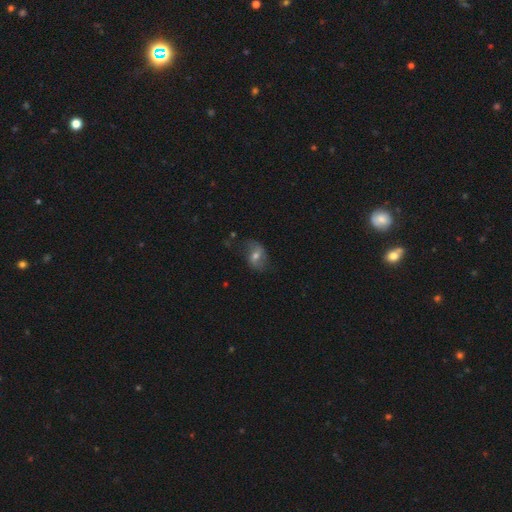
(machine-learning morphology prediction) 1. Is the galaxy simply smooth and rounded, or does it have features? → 53% featured or disk, 35% smooth, 12% star or artifact.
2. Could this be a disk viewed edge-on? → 94% no, 6% yes.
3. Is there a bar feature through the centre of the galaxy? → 44% weak, 36% no, 20% strong.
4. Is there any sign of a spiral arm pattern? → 77% yes, 23% no.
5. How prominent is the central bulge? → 59% moderate, 32% small, 5% large, 2% none, 1% dominant.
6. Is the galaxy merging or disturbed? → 65% none, 22% minor disturbance, 11% major disturbance, 2% merger.